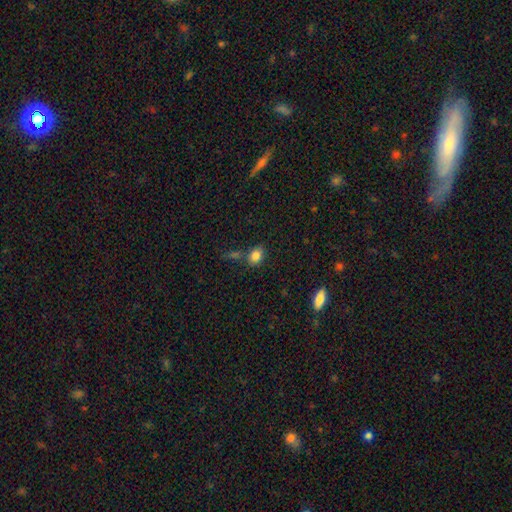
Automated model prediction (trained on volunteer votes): A smooth galaxy with no disk features (83%) that is in between round and cigar-shaped (63%).

Vote fractions:
- Smooth or featured? smooth: 83% / star or artifact: 10% / featured or disk: 7%
- How rounded? in between: 63% / round: 36% / cigar-shaped: 1%
- Merging? none: 68% / minor disturbance: 14% / merger: 13% / major disturbance: 4%